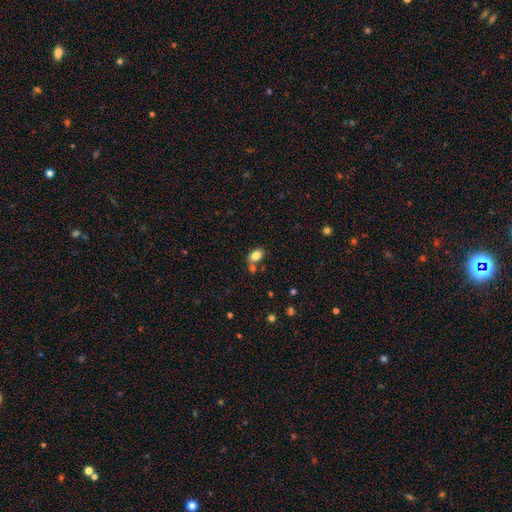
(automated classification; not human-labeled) smooth 83%, star or artifact 9%, featured or disk 8%. Down the decision tree: how rounded — in between (84%); merging — none (63%).